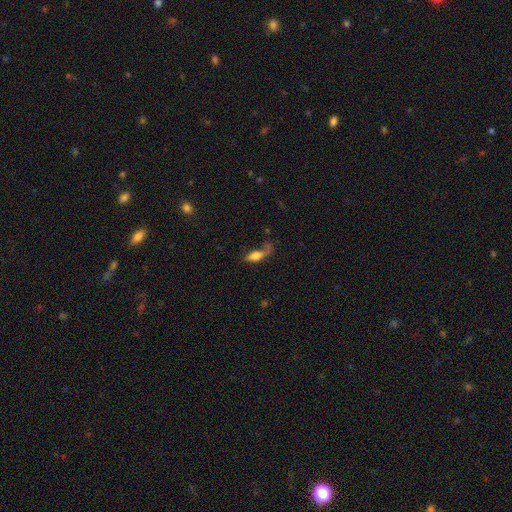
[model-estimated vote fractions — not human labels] Smooth or featured? Predicted: smooth (p=0.69). How rounded? Predicted: in between (p=0.76). Merging? Predicted: none (p=0.34).